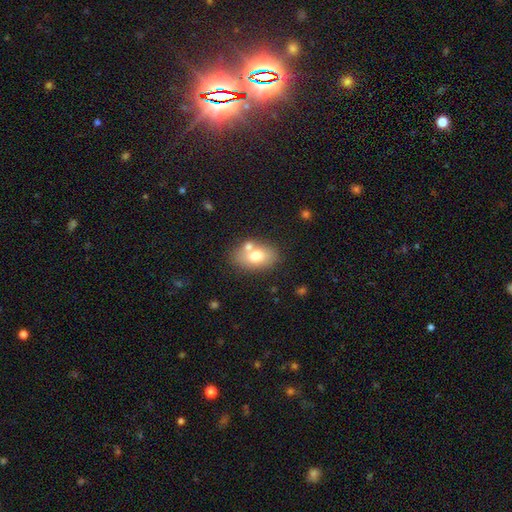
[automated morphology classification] Q: Smooth or featured?
A: smooth (70%); runner-up: featured or disk (21%)
Q: How rounded?
A: in between (84%); runner-up: round (15%)
Q: Merging?
A: none (61%); runner-up: merger (21%)